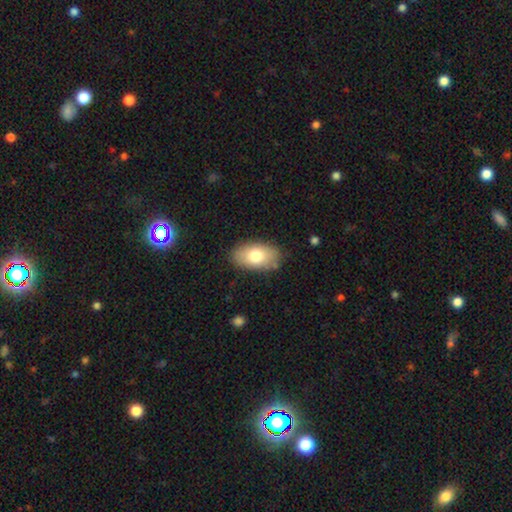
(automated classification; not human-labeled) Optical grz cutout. It shows a smooth galaxy with no disk features (75%) that is in between round and cigar-shaped (93%). Merging: none (83%).